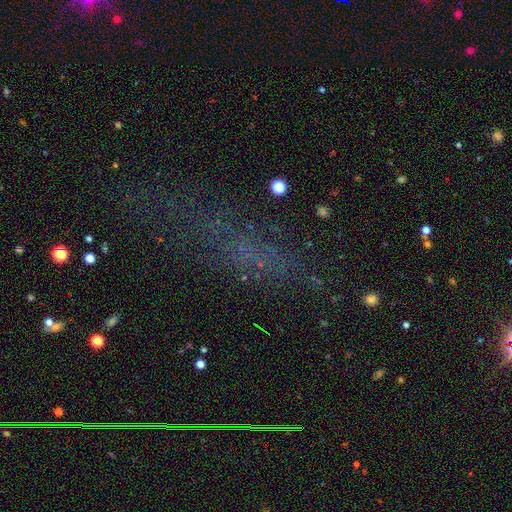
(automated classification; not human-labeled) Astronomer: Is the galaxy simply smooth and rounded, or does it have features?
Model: star or artifact — 48% (runner-up: smooth, 31%).